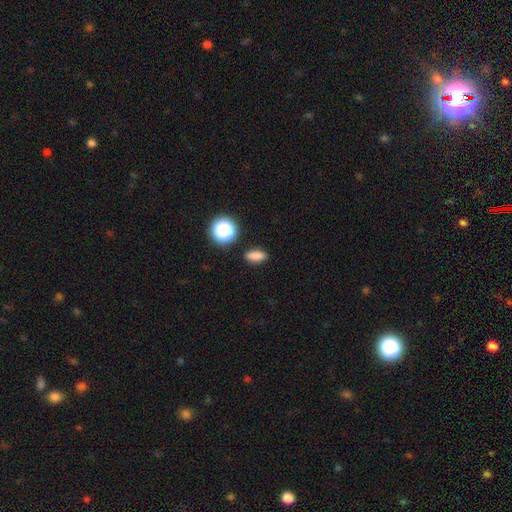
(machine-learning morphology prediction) type=smooth (82%); roundness=in between (76%); merging=none (87%).